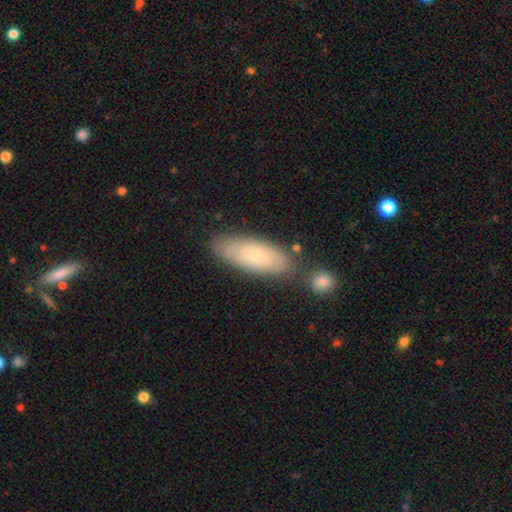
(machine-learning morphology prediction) A smooth galaxy with no disk features (61%) that is in between round and cigar-shaped (76%).

Vote fractions:
- Smooth or featured? smooth: 61% / featured or disk: 33% / star or artifact: 6%
- How rounded? in between: 76% / cigar-shaped: 22% / round: 2%
- Merging? none: 73% / minor disturbance: 15% / merger: 9% / major disturbance: 3%